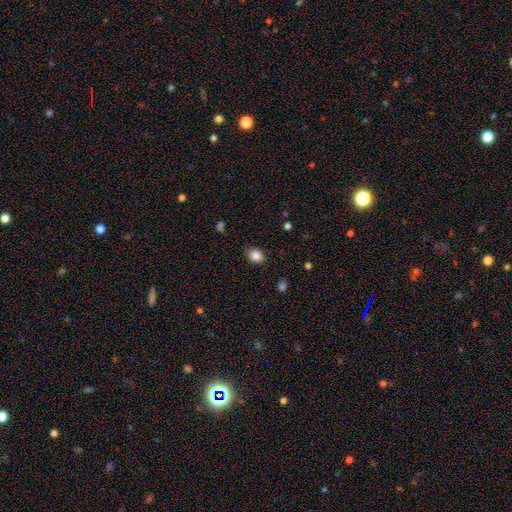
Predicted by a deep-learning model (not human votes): Morphology: type=smooth (85%); roundness=round (51%); merging=none (85%).